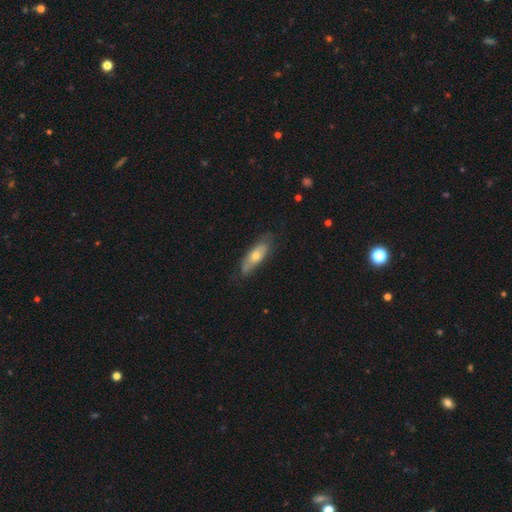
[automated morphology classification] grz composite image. It shows a smooth galaxy with no disk features (56%) that is in between round and cigar-shaped (64%). Merging: none (68%).